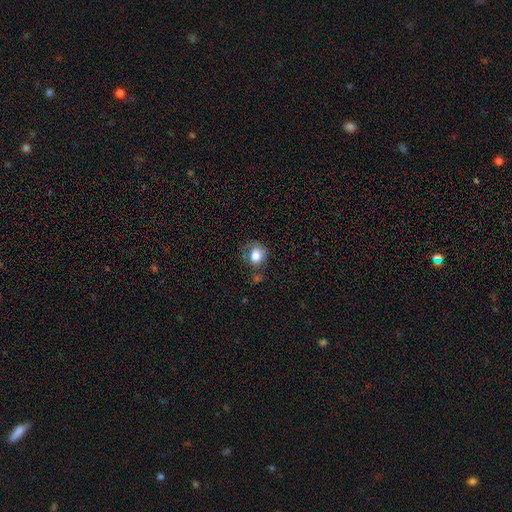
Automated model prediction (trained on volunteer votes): Overall: smooth (78%). How rounded: round (75%). Merging: none (49%; minor disturbance 27%).